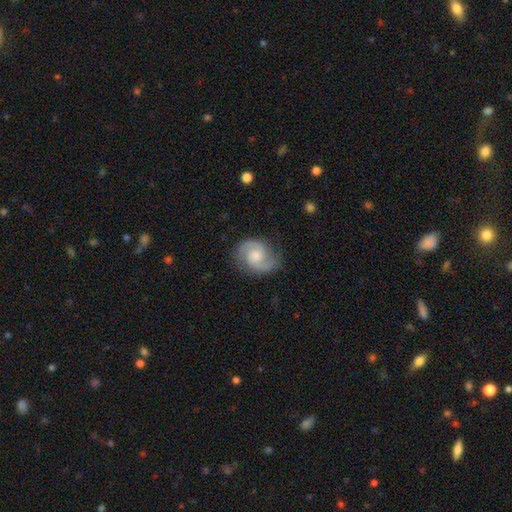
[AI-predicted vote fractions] A featured or disk galaxy (84%) with no bar (59%), 2 (92%) medium (56%) spiral arms (97%) and a moderate central bulge (49%).

Vote fractions:
- Smooth or featured? featured or disk: 84% / smooth: 10% / star or artifact: 5%
- Edge-on disk? no: 98% / yes: 2%
- Bar? no: 59% / weak: 36% / strong: 5%
- Spiral arms? yes: 97% / no: 3%
- Spiral winding? medium: 56% / tight: 27% / loose: 17%
- Spiral arm count? 2: 92% / can't tell: 3% / 1: 2% / 3: 1% / 4: 1% / more than 4: 1%
- Bulge size? moderate: 49% / small: 25% / large: 13% / none: 11% / dominant: 2%
- Merging? none: 79% / minor disturbance: 15% / major disturbance: 5% / merger: 1%